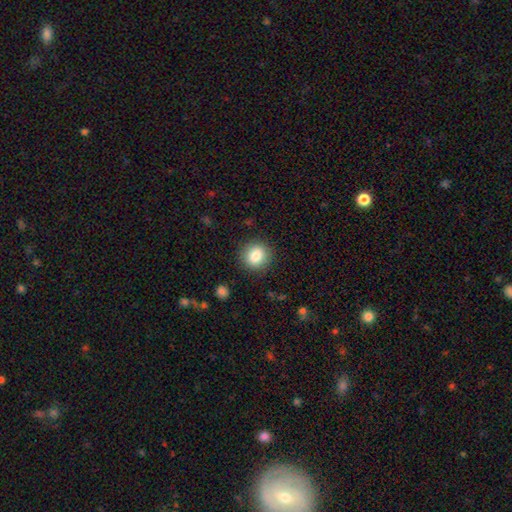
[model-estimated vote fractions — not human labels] Smooth or featured?
  - smooth: 83% *
  - star or artifact: 9%
  - featured or disk: 7%
How rounded?
  - round: 85% *
  - in between: 14%
  - cigar-shaped: 1%
Merging?
  - none: 88% *
  - minor disturbance: 8%
  - major disturbance: 3%
  - merger: 1%